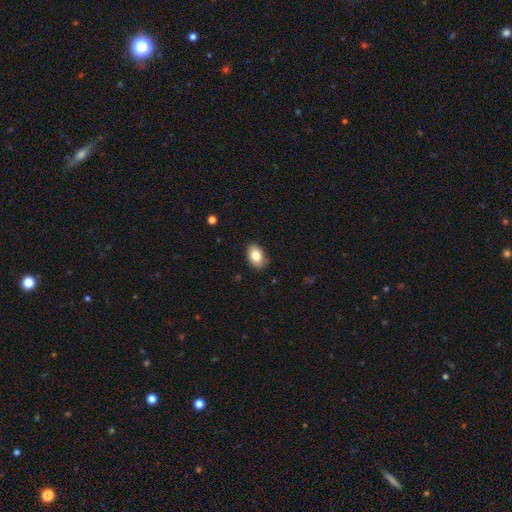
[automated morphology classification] type=smooth (83%); roundness=in between (85%); merging=none (86%).